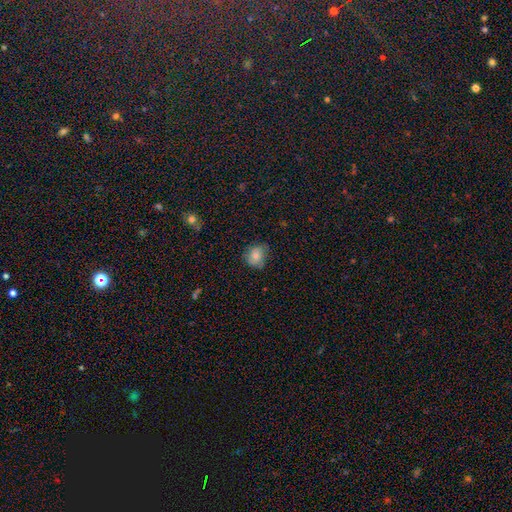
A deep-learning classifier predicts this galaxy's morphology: Smooth or featured: smooth — 76% (featured or disk — 15%)
How rounded: round — 66% (in between — 33%)
Merging: none — 61% (minor disturbance — 30%)